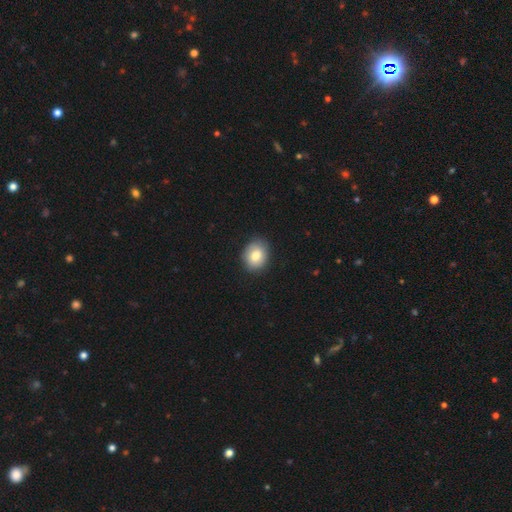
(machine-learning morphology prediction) A smooth galaxy with no disk features (81%) that is round (52%). Merging: none (86%).